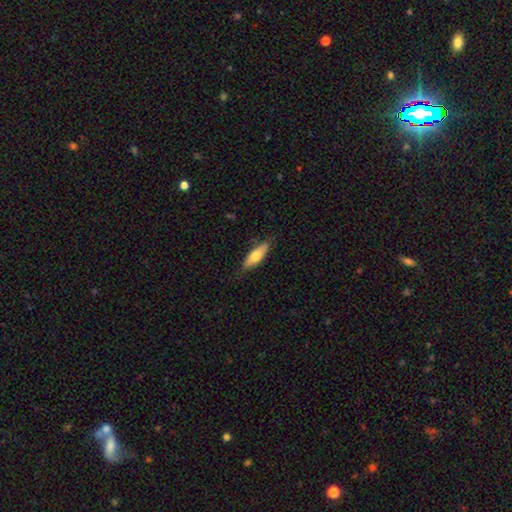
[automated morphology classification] smooth_or_featured: smooth (p=0.70) [alt: featured or disk p=0.24]
how_rounded: in between (p=0.51) [alt: cigar-shaped p=0.47]
merging: none (p=0.79) [alt: minor disturbance p=0.17]